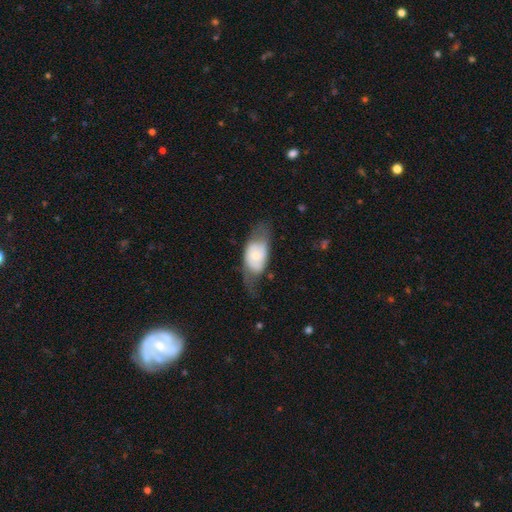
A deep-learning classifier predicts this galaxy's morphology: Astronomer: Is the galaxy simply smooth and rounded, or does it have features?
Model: smooth — 53% (runner-up: featured or disk, 40%).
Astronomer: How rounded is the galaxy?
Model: in between — 86%.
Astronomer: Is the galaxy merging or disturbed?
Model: none — 39% (runner-up: minor disturbance, 31%).